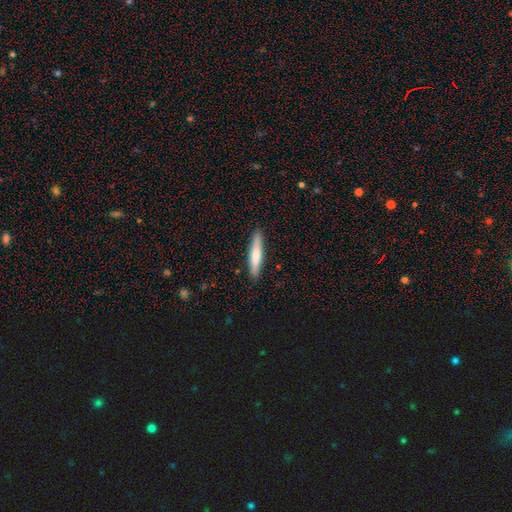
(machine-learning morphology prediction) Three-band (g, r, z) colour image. It shows a smooth galaxy with no disk features (70%) that is cigar-shaped (90%). Merging: none (90%).